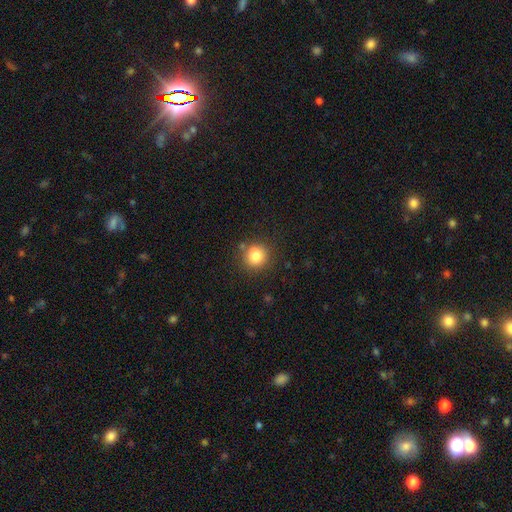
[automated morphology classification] Smooth or featured? Predicted: smooth (p=0.80). How rounded? Predicted: round (p=0.88). Merging? Predicted: none (p=0.76).